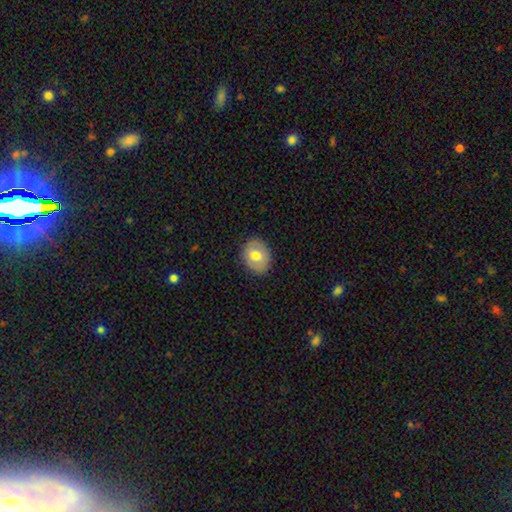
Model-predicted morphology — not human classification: Smooth or featured? smooth (71%)
How rounded? in between (52%)
Merging? none (86%)